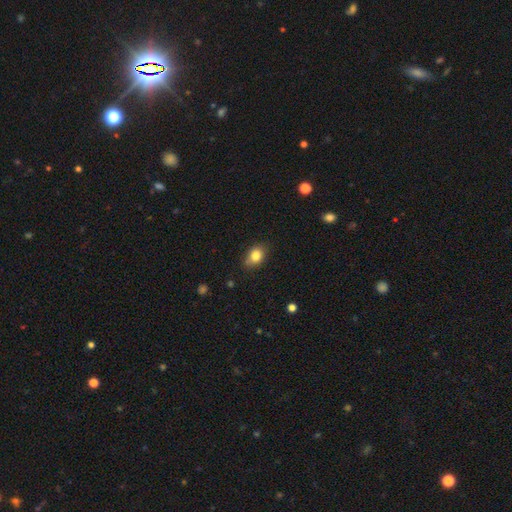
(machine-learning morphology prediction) A smooth galaxy with no disk features (82%) that is in between round and cigar-shaped (69%). Merging: none (78%).